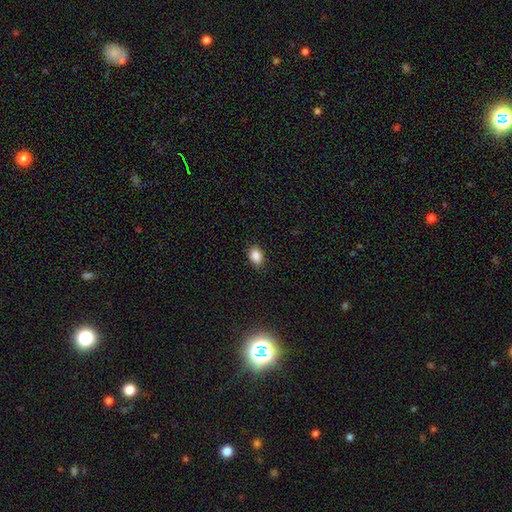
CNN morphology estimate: Smooth or featured? Predicted: smooth (p=0.87). How rounded? Predicted: in between (p=0.80). Merging? Predicted: none (p=0.88).